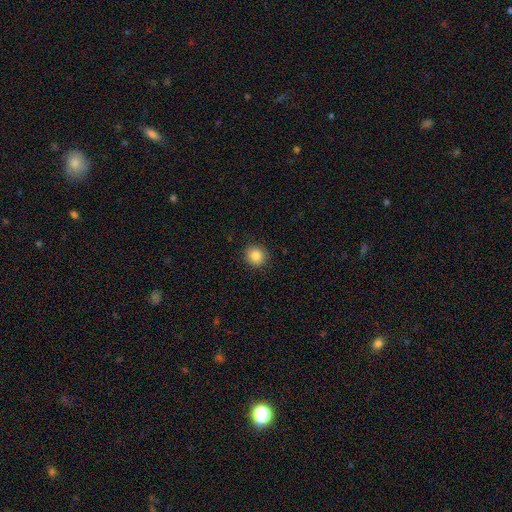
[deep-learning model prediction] A smooth galaxy with no disk features (85%) that is round (88%). Merging: none (91%).